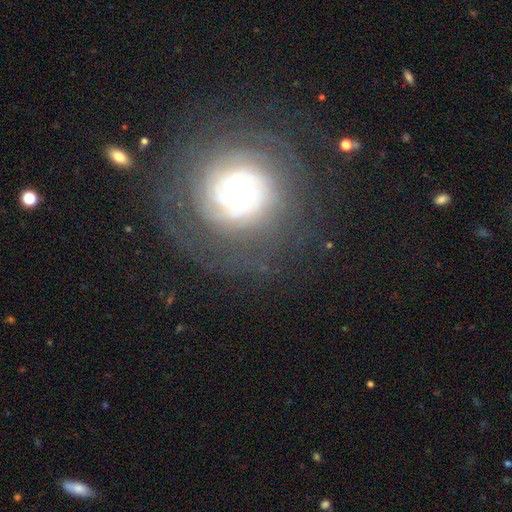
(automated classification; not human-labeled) A featured or disk galaxy (53%) with no bar (82%), spiral arms (57%) and a small central bulge (42%).

Vote fractions:
- Smooth or featured? featured or disk: 53% / smooth: 34% / star or artifact: 13%
- Edge-on disk? no: 95% / yes: 5%
- Bar? no: 82% / weak: 13% / strong: 5%
- Spiral arms? yes: 57% / no: 43%
- Bulge size? small: 42% / moderate: 33% / large: 17% / dominant: 6% / none: 2%
- Merging? none: 79% / minor disturbance: 11% / major disturbance: 9% / merger: 2%